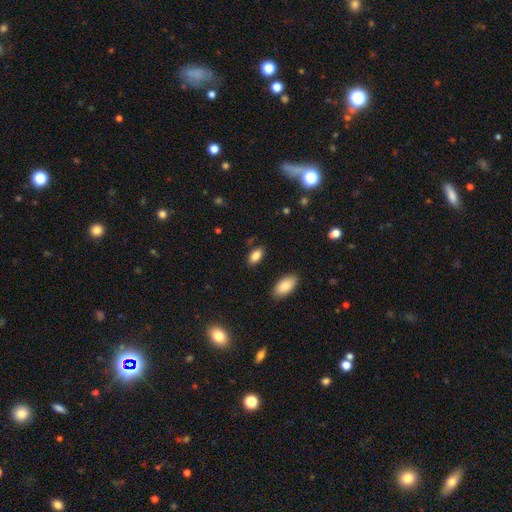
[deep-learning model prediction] smooth_or_featured: smooth (p=0.86) [alt: star or artifact p=0.08]
how_rounded: in between (p=0.92) [alt: round p=0.05]
merging: none (p=0.84) [alt: minor disturbance p=0.11]